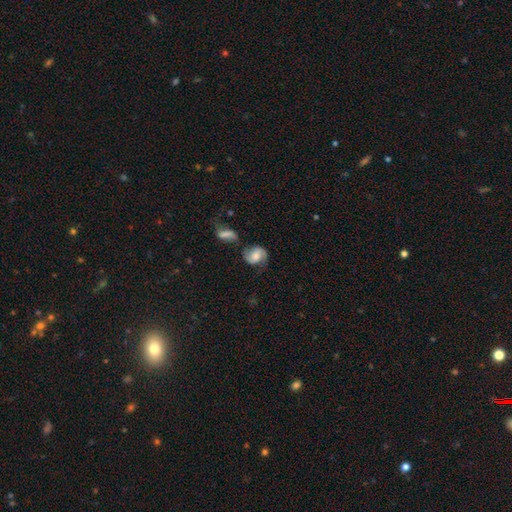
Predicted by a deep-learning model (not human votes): Morphology: type=featured or disk (67%); edge-on=no (97%); bar=no (51%); spiral arms=yes (92%); winding=medium (46%); arm count=2 (87%); bulge=moderate (50%); merging=none (60%).